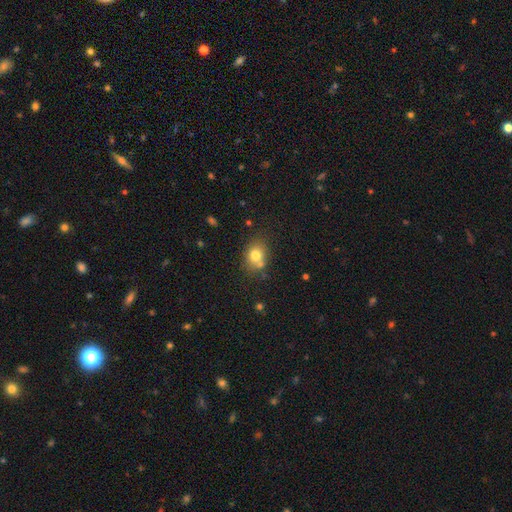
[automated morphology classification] Q: Smooth or featured?
A: smooth (75%); runner-up: featured or disk (13%)
Q: How rounded?
A: in between (52%); runner-up: round (47%)
Q: Merging?
A: none (66%); runner-up: merger (15%)